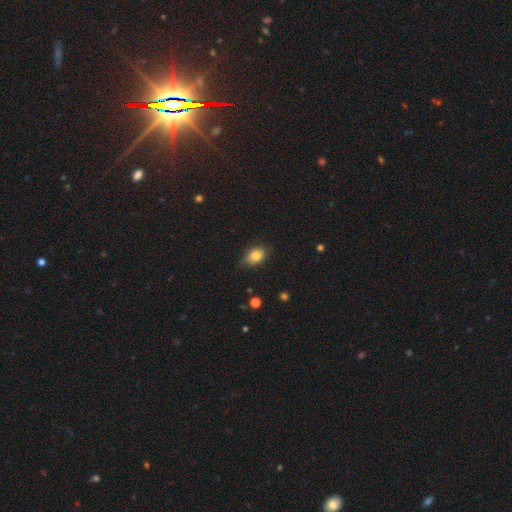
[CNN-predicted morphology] smooth_or_featured: smooth (p=0.82) [alt: star or artifact p=0.09]
how_rounded: in between (p=0.74) [alt: round p=0.25]
merging: none (p=0.79) [alt: minor disturbance p=0.17]